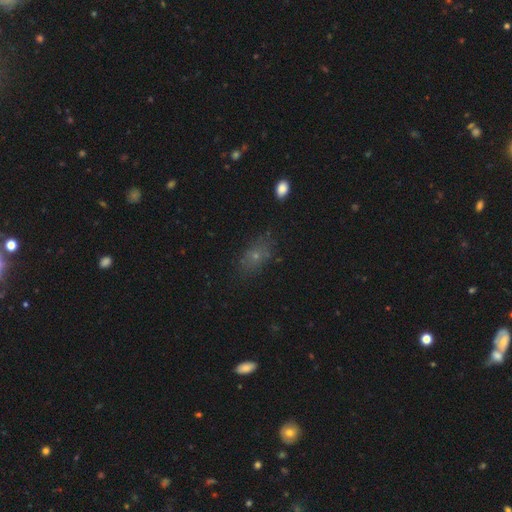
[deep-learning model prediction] Overall: smooth (61%). How rounded: in between (77%). Merging: none (73%).